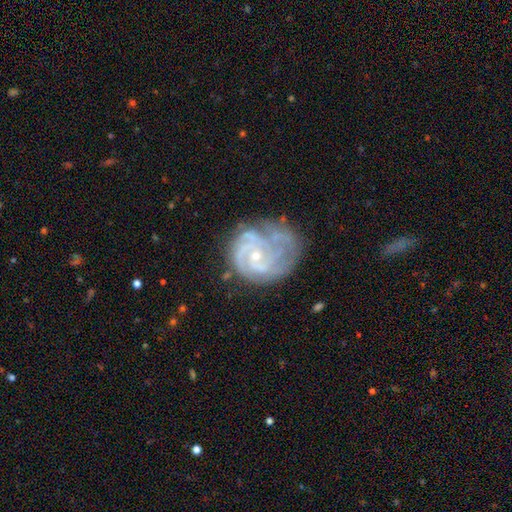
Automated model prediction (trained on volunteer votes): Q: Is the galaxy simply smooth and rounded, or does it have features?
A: featured or disk — 85%.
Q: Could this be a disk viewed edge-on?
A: no — 98%.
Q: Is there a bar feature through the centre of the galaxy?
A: no — 70%.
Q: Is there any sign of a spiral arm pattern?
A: yes — 94%.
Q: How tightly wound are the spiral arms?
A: tight — 62%.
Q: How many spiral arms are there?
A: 3 — 27%, tied with 2.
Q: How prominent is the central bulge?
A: small — 72%.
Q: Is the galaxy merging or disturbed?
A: none — 49%.